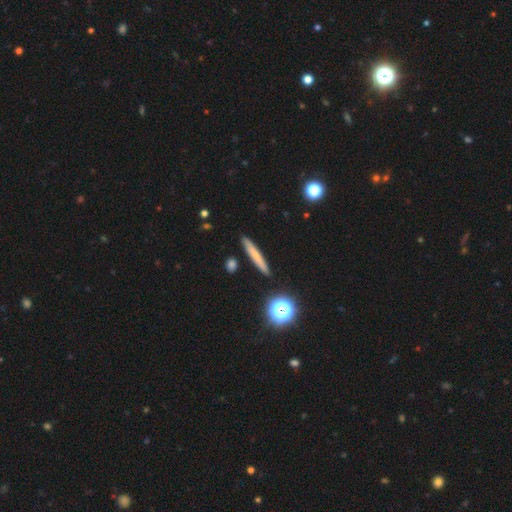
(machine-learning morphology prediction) This appears to be a smooth galaxy with no disk features (67%) that is cigar-shaped (93%). Merging: none (90%).